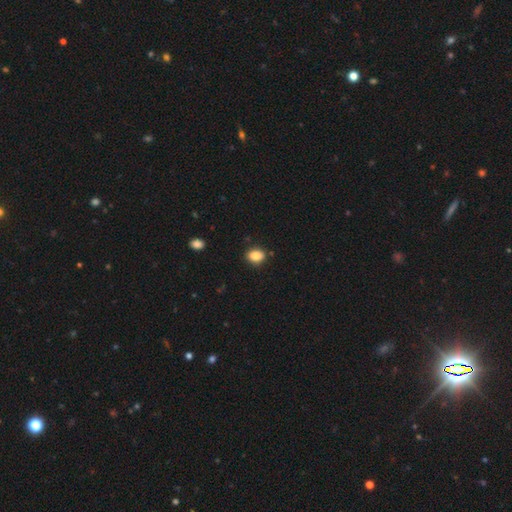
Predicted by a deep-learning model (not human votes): smooth 87%, star or artifact 9%, featured or disk 4%. Down the decision tree: how rounded — in between (63%); merging — none (85%).